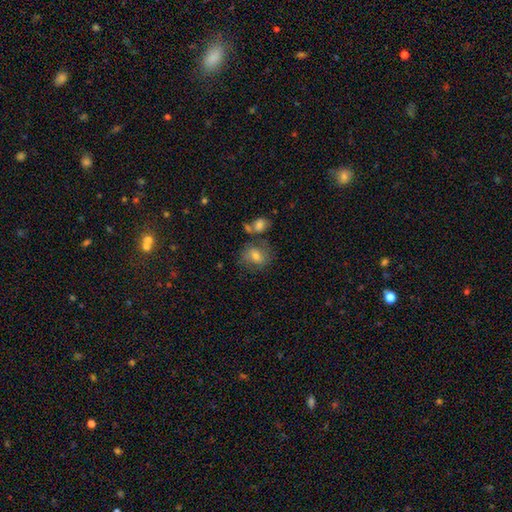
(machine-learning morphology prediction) A smooth galaxy with no disk features (61%) that is round (57%).

Vote fractions:
- Smooth or featured? smooth: 61% / featured or disk: 27% / star or artifact: 12%
- How rounded? round: 57% / in between: 42% / cigar-shaped: 1%
- Merging? none: 59% / minor disturbance: 17% / merger: 17% / major disturbance: 8%